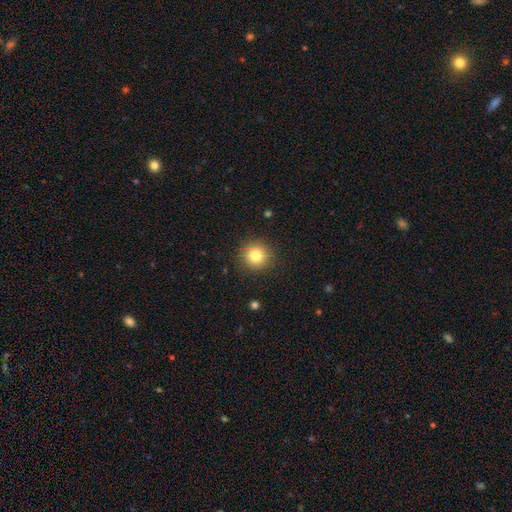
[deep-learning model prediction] This appears to be a smooth galaxy with no disk features (80%) that is round (93%). Merging: none (90%).